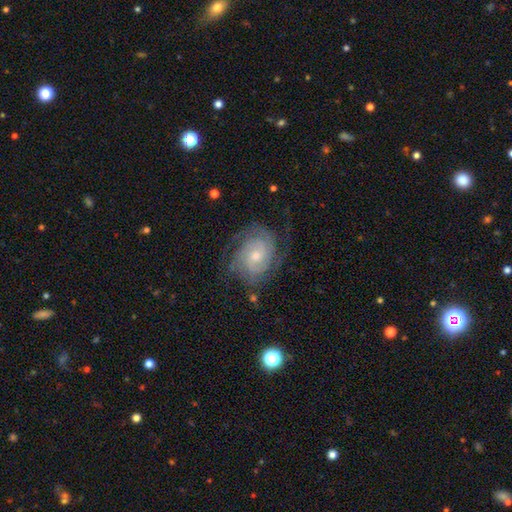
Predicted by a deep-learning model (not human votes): Smooth or featured? featured or disk (87%)
Edge-on disk? no (97%)
Bar? no (65%)
Spiral arms? yes (97%)
Spiral winding? tight (67%)
Spiral arm count? 2 (29%)
Bulge size? small (48%)
Merging? none (71%)